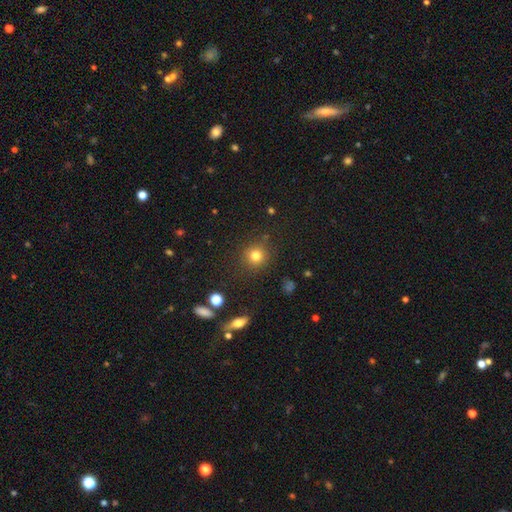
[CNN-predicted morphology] A smooth galaxy with no disk features (78%) that is round (92%). Merging: none (86%).